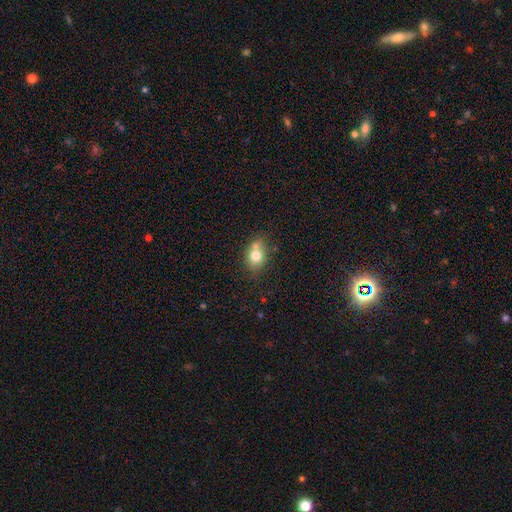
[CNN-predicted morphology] smooth_or_featured: smooth (p=0.75) [alt: featured or disk p=0.15]
how_rounded: round (p=0.52) [alt: in between p=0.47]
merging: none (p=0.49) [alt: merger p=0.32]